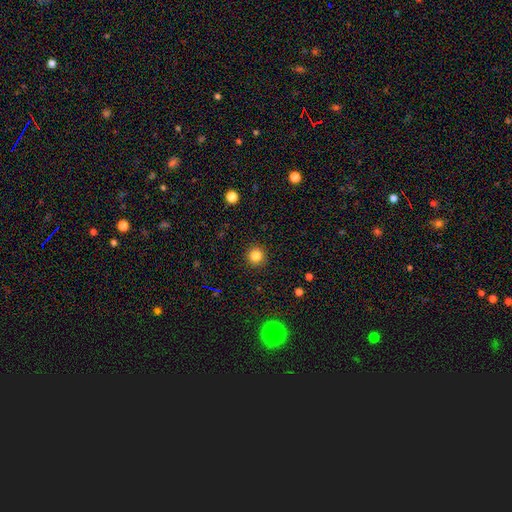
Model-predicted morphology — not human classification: smooth_or_featured: smooth (p=0.83) [alt: star or artifact p=0.12]
how_rounded: round (p=0.95) [alt: in between p=0.04]
merging: none (p=0.92) [alt: minor disturbance p=0.05]